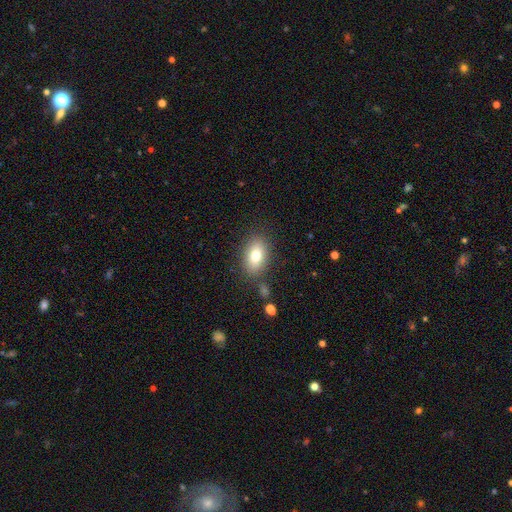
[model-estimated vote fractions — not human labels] The model was most divided on "smooth or featured": smooth: 77%, featured or disk: 14%, star or artifact: 9%. More confident: how rounded — in between (86%); merging — none (82%).